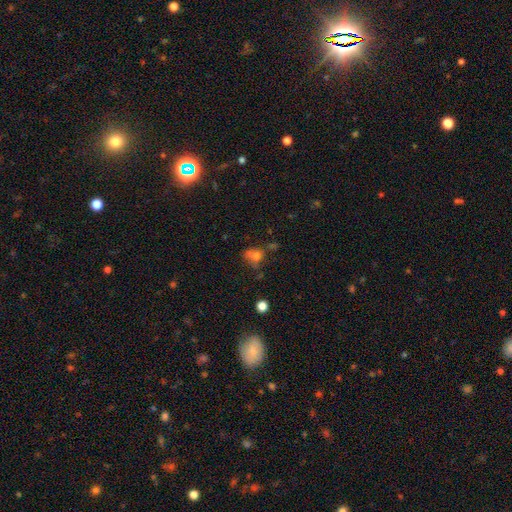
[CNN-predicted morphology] The model was most divided on "merging": none: 35%, merger: 27%, minor disturbance: 19%, major disturbance: 18%. More confident: smooth or featured — smooth (64%); how rounded — round (53%).